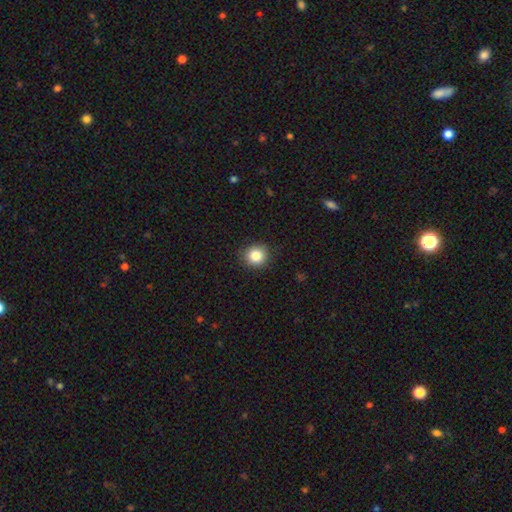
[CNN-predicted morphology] smooth 84%, star or artifact 10%, featured or disk 6%. Down the decision tree: how rounded — round (89%); merging — none (89%).